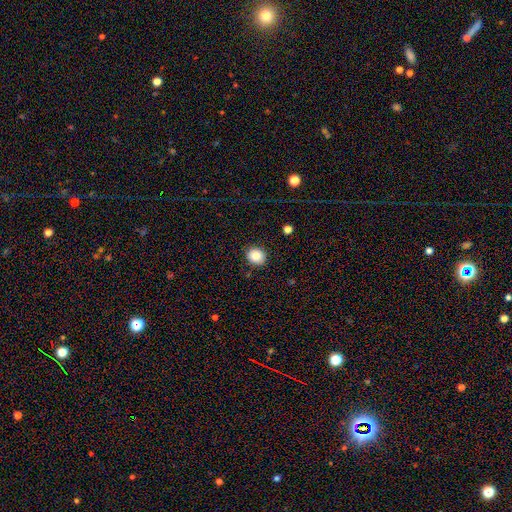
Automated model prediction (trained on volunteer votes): Smooth or featured?
  - smooth: 84% *
  - star or artifact: 9%
  - featured or disk: 6%
How rounded?
  - round: 72% *
  - in between: 27%
  - cigar-shaped: 1%
Merging?
  - none: 89% *
  - minor disturbance: 8%
  - major disturbance: 2%
  - merger: 1%